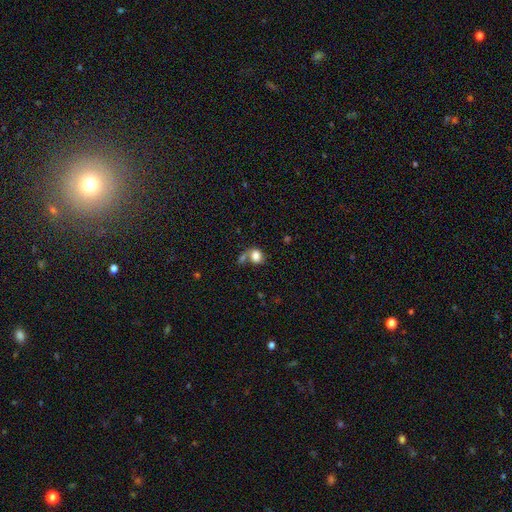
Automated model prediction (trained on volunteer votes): This appears to be a smooth galaxy with no disk features (81%) that is in between round and cigar-shaped (50%). Merging: none (42%).